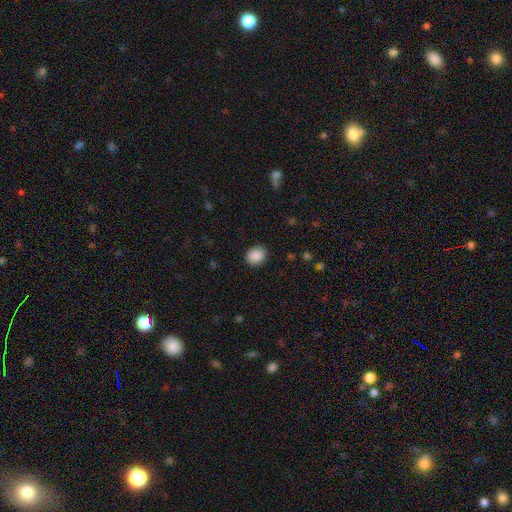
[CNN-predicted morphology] Smooth or featured: smooth — 89% (star or artifact — 8%)
How rounded: round — 58% (in between — 41%)
Merging: none — 89% (minor disturbance — 8%)